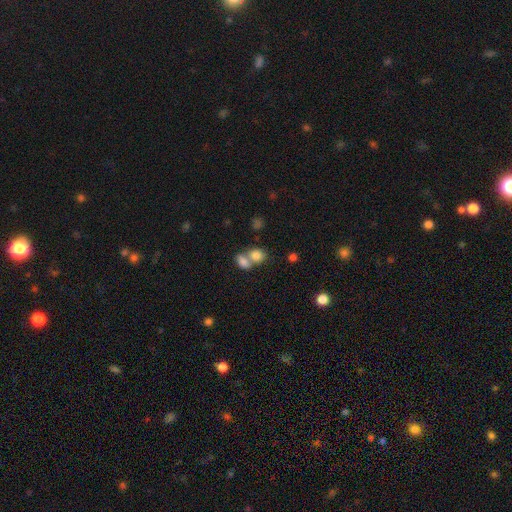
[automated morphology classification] type=smooth (81%); roundness=in between (57%); merging=merger (58%).